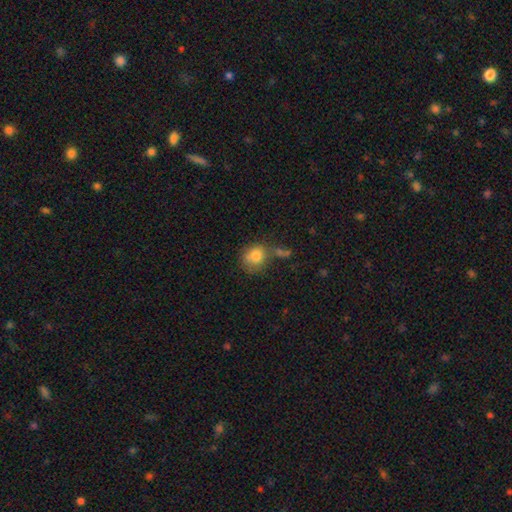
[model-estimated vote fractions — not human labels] Q: Smooth or featured?
A: smooth (79%); runner-up: featured or disk (12%)
Q: How rounded?
A: round (70%); runner-up: in between (29%)
Q: Merging?
A: none (49%); runner-up: minor disturbance (22%)